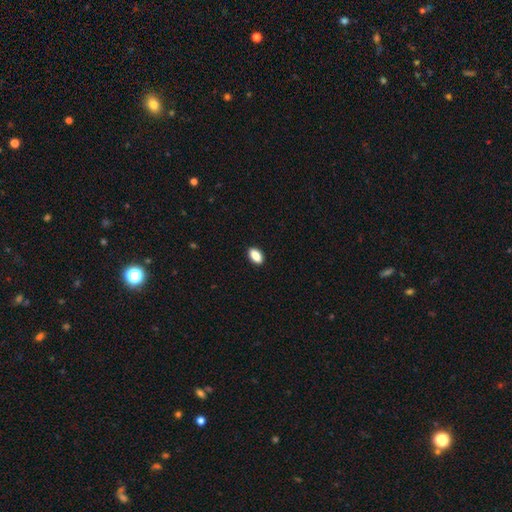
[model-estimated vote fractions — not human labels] This is clearly a smooth galaxy (87%). How rounded: clearly in between (90%). Merging: clearly none (90%).